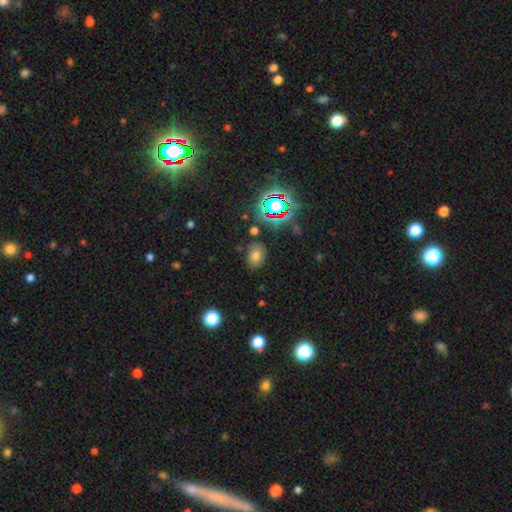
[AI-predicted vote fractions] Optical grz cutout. It shows a smooth galaxy with no disk features (68%) that is in between round and cigar-shaped (75%). Merging: none (81%).